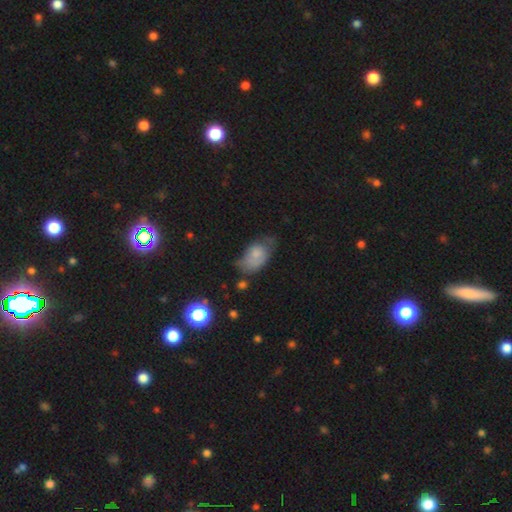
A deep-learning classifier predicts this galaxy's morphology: Smooth or featured? smooth (67%)
How rounded? in between (89%)
Merging? minor disturbance (39%)